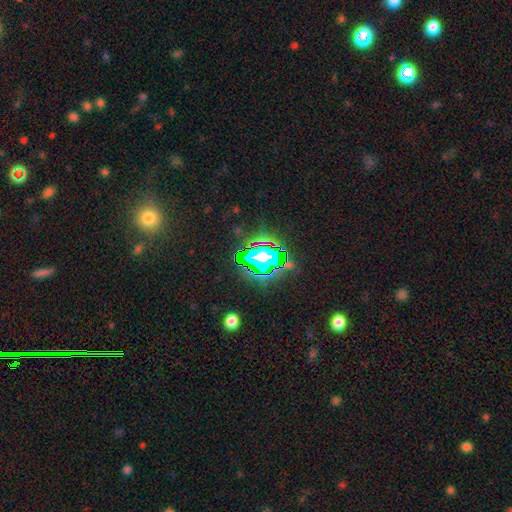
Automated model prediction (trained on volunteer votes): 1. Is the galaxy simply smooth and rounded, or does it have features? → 79% star or artifact, 13% smooth, 9% featured or disk.